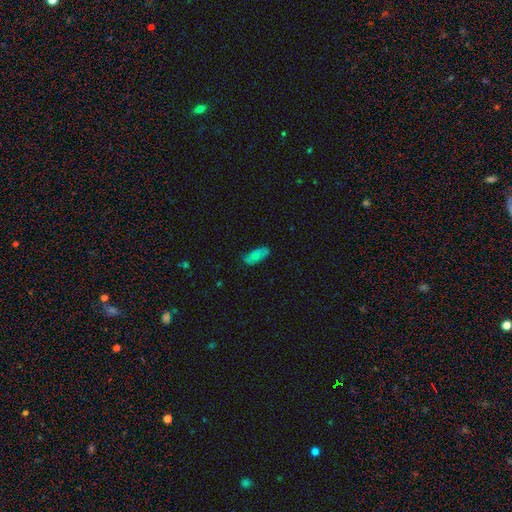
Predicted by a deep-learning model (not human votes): Morphology: type=smooth (73%); roundness=in between (86%); merging=none (76%).